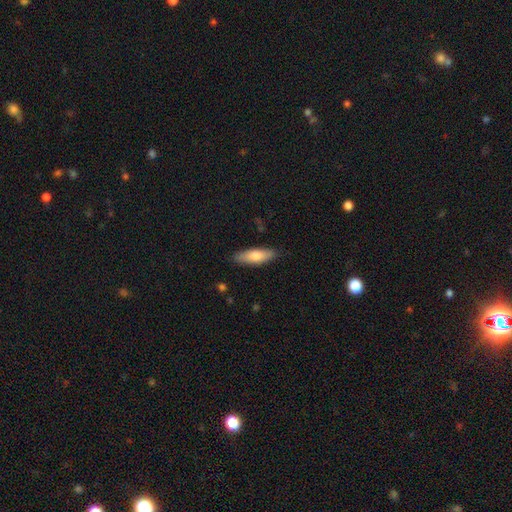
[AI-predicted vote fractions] smooth-or-featured: smooth: 75% | featured or disk: 20% | star or artifact: 5%
  how-rounded: in between: 53% | cigar-shaped: 45% | round: 2%
  merging: none: 86% | minor disturbance: 11% | major disturbance: 2% | merger: 1%